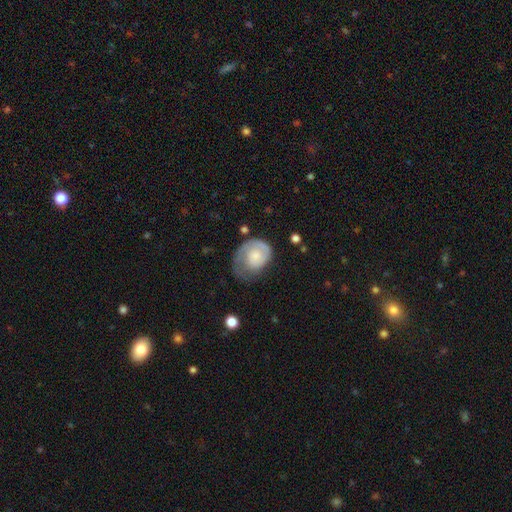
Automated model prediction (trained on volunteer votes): This is possibly a featured or disk galaxy (51%). It is clearly not viewed edge-on (97%). Merging: marginally none (37%).